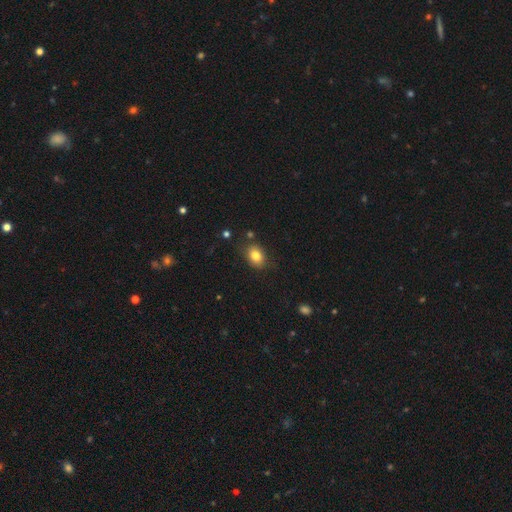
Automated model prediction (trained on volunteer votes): Smooth or featured? Predicted: smooth (p=0.82). How rounded? Predicted: in between (p=0.72). Merging? Predicted: none (p=0.80).